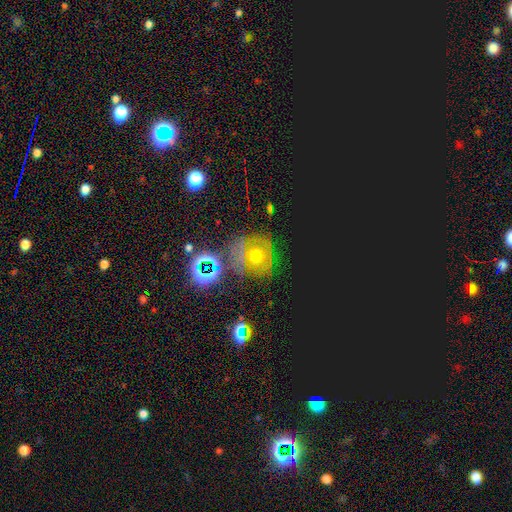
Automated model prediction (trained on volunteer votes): Morphology: type=featured or disk (39%); merging=none (66%).